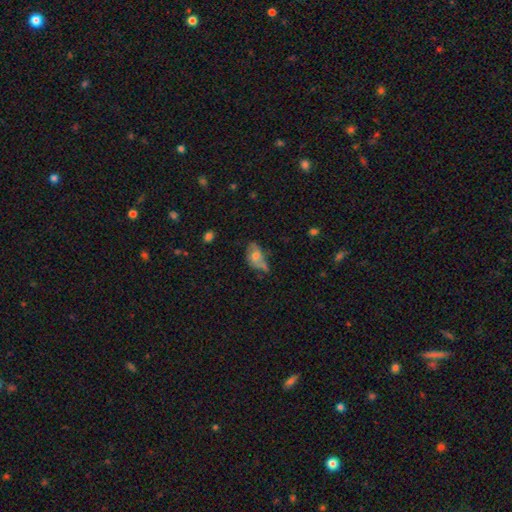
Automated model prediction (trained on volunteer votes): smooth 52%, featured or disk 39%, star or artifact 9%. Down the decision tree: how rounded — in between (88%); merging — minor disturbance (35%).